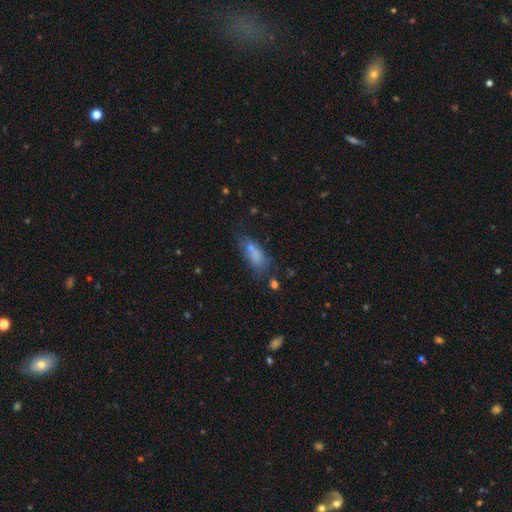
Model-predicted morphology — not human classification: A smooth galaxy with no disk features (70%) that is in between round and cigar-shaped (77%).

Vote fractions:
- Smooth or featured? smooth: 70% / featured or disk: 18% / star or artifact: 12%
- How rounded? in between: 77% / cigar-shaped: 19% / round: 4%
- Merging? none: 41% / minor disturbance: 26% / major disturbance: 17% / merger: 17%